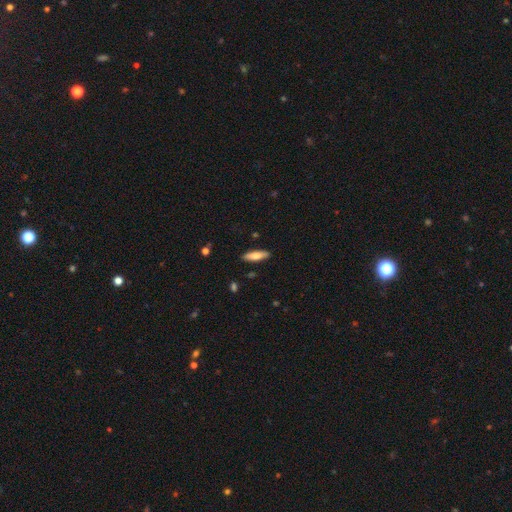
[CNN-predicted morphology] Q: Smooth or featured?
A: smooth (70%); runner-up: featured or disk (24%)
Q: How rounded?
A: cigar-shaped (57%); runner-up: in between (41%)
Q: Merging?
A: none (88%); runner-up: minor disturbance (9%)